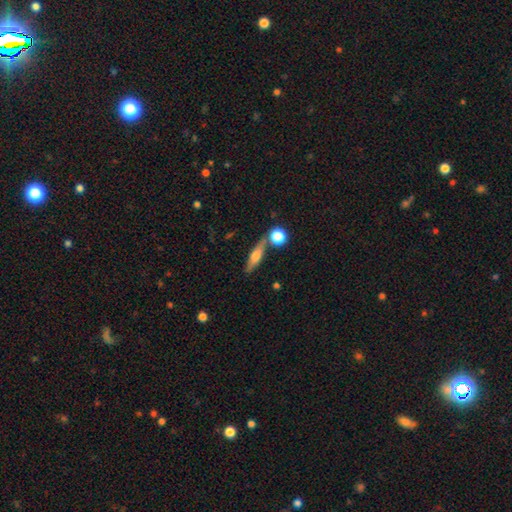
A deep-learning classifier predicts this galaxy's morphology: The model was most divided on "smooth or featured": smooth: 49%, featured or disk: 43%, star or artifact: 8%. More confident: merging — none (72%).